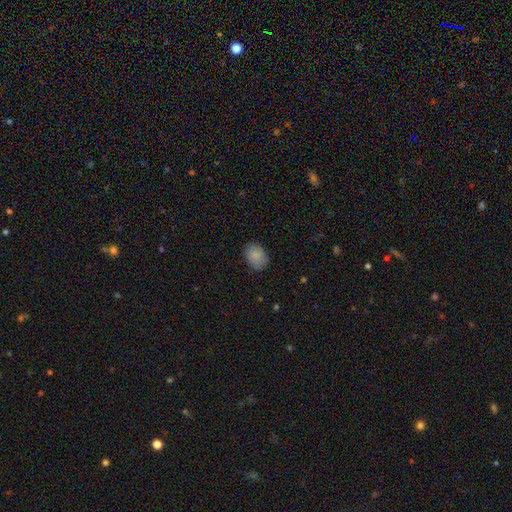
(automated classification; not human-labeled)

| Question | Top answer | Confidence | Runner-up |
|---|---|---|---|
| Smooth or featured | smooth | 87% | star or artifact (7%) |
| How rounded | in between | 69% | round (30%) |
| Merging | none | 82% | minor disturbance (14%) |